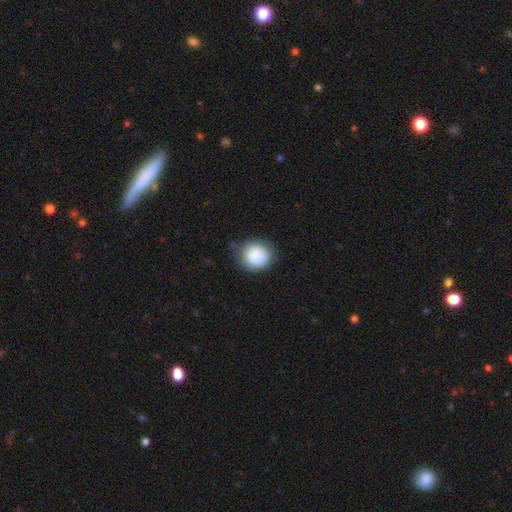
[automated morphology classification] This appears to be a smooth galaxy with no disk features (87%) that is round (83%). Merging: none (74%).